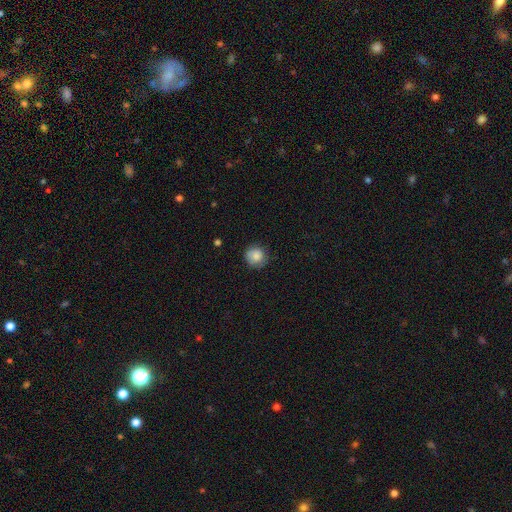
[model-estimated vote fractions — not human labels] A smooth galaxy with no disk features (83%) that is round (91%). Merging: none (78%).